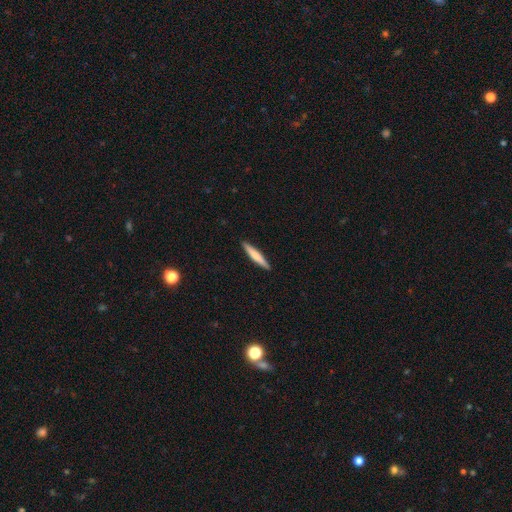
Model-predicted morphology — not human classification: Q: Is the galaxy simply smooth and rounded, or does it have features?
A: smooth — 64%.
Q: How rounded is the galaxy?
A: cigar-shaped — 93%.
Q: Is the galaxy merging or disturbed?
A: none — 92%.